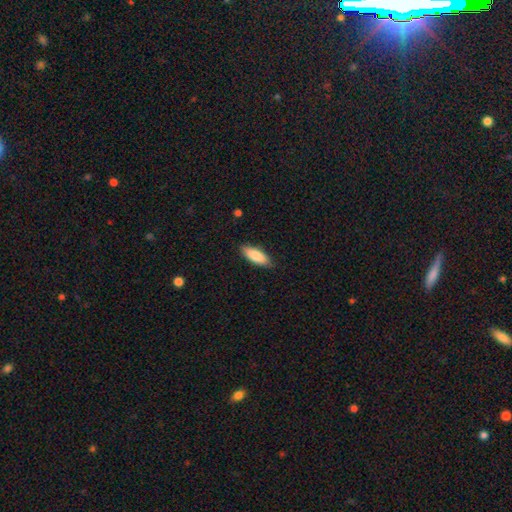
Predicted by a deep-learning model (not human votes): smooth 85%, featured or disk 9%, star or artifact 6%. Down the decision tree: how rounded — in between (67%); merging — none (87%).